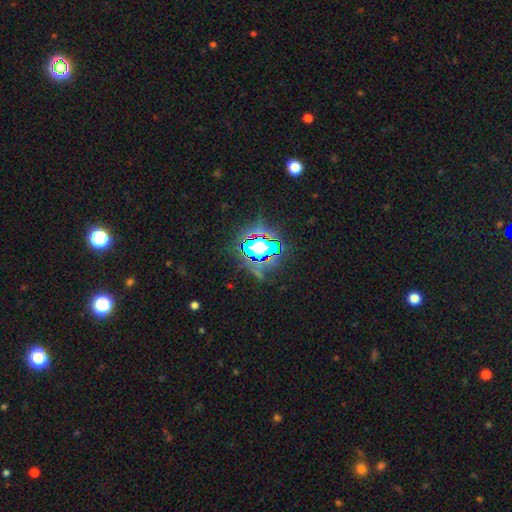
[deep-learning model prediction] A star or artifact, not a galaxy (79%).